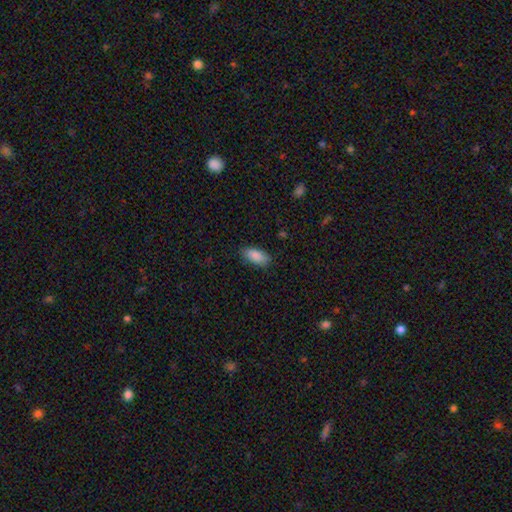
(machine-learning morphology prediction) smooth_or_featured: smooth (p=0.88) [alt: star or artifact p=0.06]
how_rounded: in between (p=0.88) [alt: cigar-shaped p=0.10]
merging: none (p=0.86) [alt: minor disturbance p=0.11]